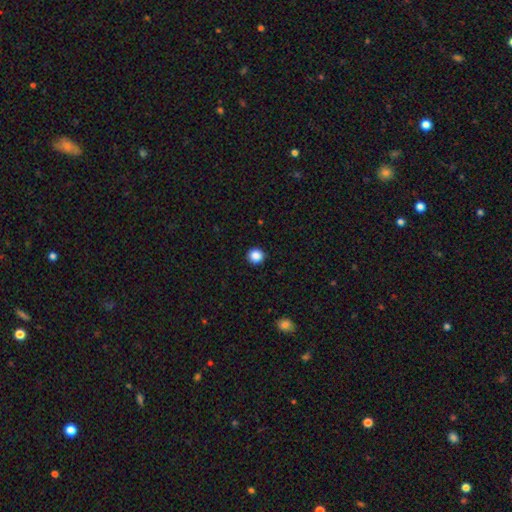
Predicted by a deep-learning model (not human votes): Smooth or featured: smooth — 87% (star or artifact — 10%)
How rounded: round — 94% (in between — 5%)
Merging: none — 93% (minor disturbance — 5%)